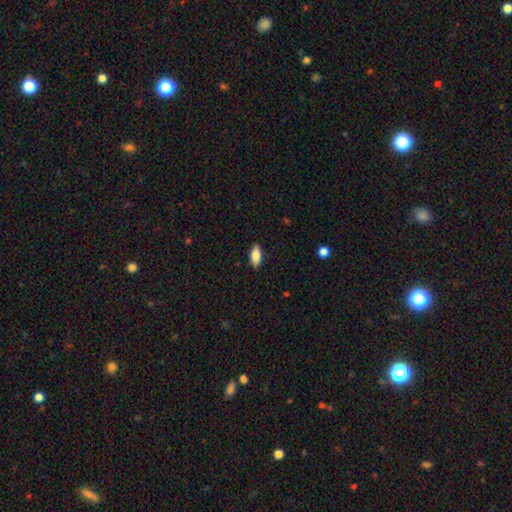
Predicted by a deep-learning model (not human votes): This appears to be a smooth galaxy with no disk features (78%) that is in between round and cigar-shaped (79%). Merging: none (87%).